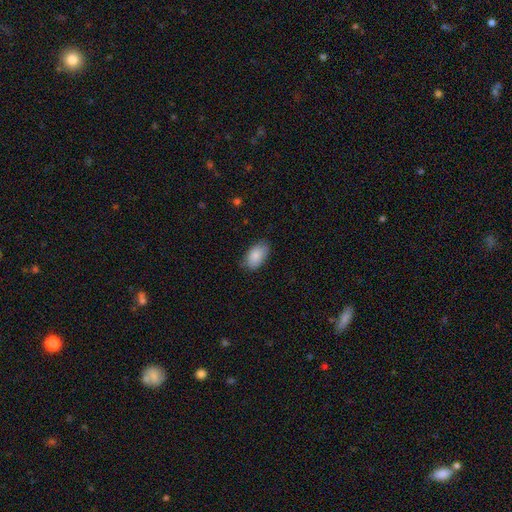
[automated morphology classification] A smooth galaxy with no disk features (86%) that is in between round and cigar-shaped (93%). Merging: none (77%).